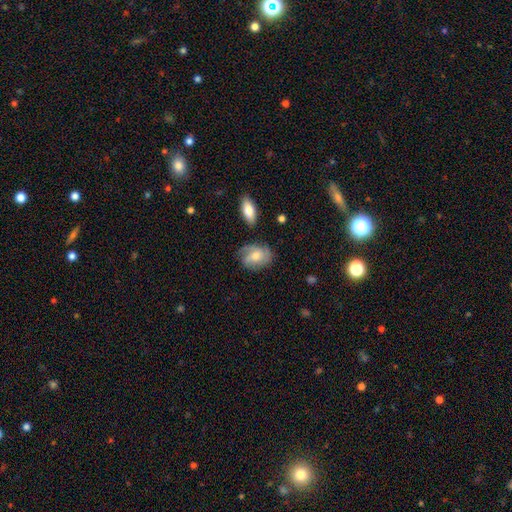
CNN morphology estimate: type=featured or disk (57%); edge-on=no (96%); bar=no (68%); spiral arms=yes (87%); bulge=moderate (61%); merging=none (67%).